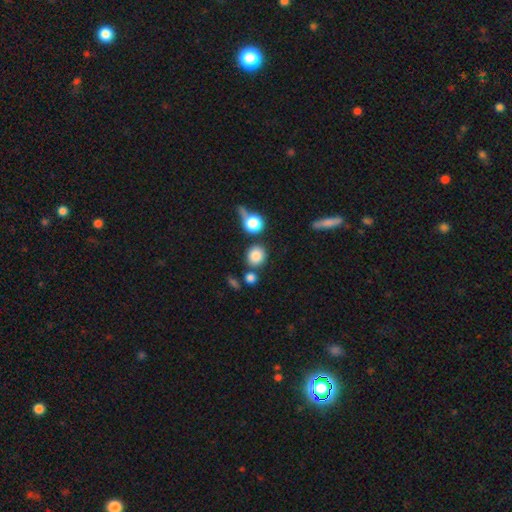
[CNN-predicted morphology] Smooth or featured: smooth — 83% (star or artifact — 11%)
How rounded: round — 82% (in between — 17%)
Merging: none — 72% (merger — 13%)